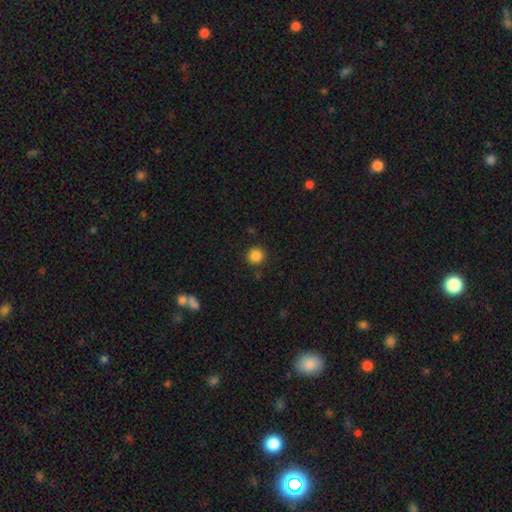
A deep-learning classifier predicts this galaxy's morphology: A smooth galaxy with no disk features (85%) that is round (94%). Merging: none (90%).